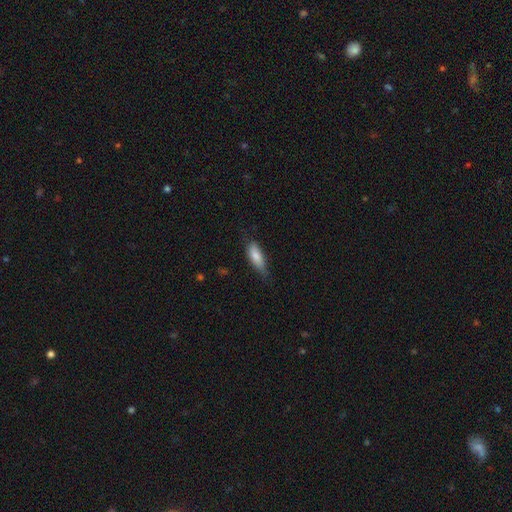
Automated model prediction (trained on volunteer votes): This is likely a smooth galaxy (77%). How rounded: possibly in between (56%). Merging: likely none (63%).